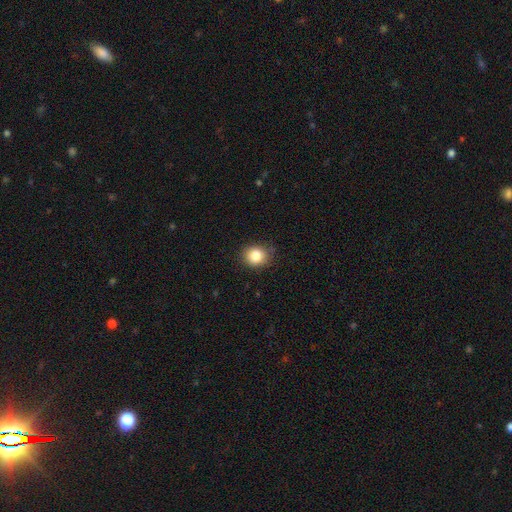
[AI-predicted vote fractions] smooth 85%, star or artifact 10%, featured or disk 6%. Down the decision tree: how rounded — round (76%); merging — none (83%).